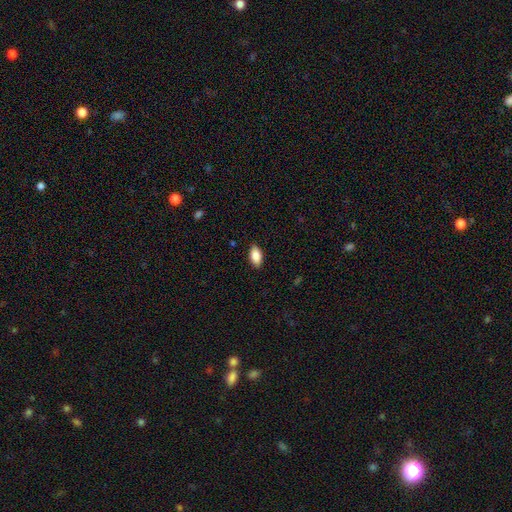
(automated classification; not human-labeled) This is clearly a smooth galaxy (87%). How rounded: clearly in between (93%). Merging: clearly none (88%).